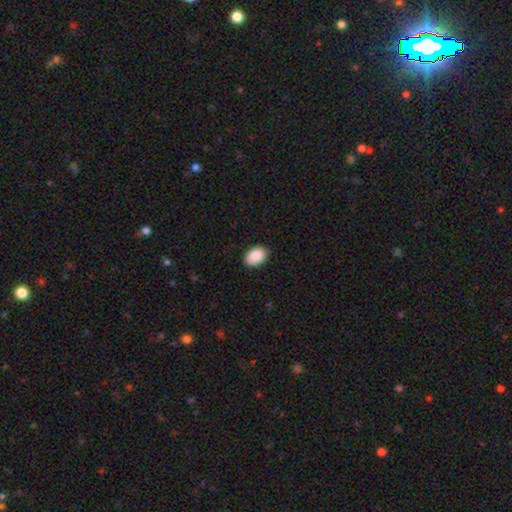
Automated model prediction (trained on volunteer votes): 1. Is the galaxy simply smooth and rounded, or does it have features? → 90% smooth, 7% star or artifact, 3% featured or disk.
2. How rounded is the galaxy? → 85% in between, 14% round, 1% cigar-shaped.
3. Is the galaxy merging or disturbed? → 88% none, 9% minor disturbance, 2% major disturbance, 1% merger.